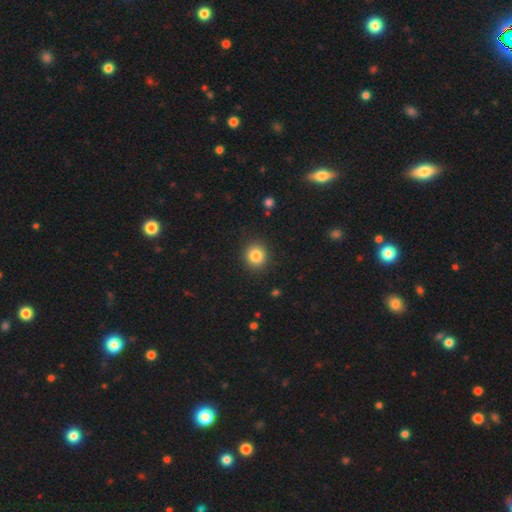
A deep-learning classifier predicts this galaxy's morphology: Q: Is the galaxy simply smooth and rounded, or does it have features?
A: smooth — 84%.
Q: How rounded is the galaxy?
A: round — 89%.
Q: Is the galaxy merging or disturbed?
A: none — 89%.